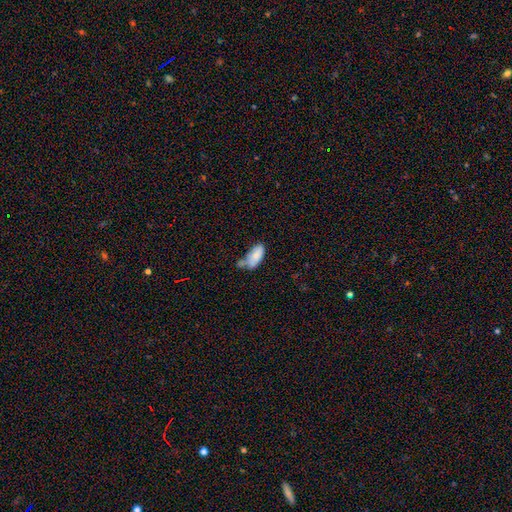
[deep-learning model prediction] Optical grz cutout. It shows a smooth galaxy with no disk features (78%) that is in between round and cigar-shaped (90%). Merging: none (34%).